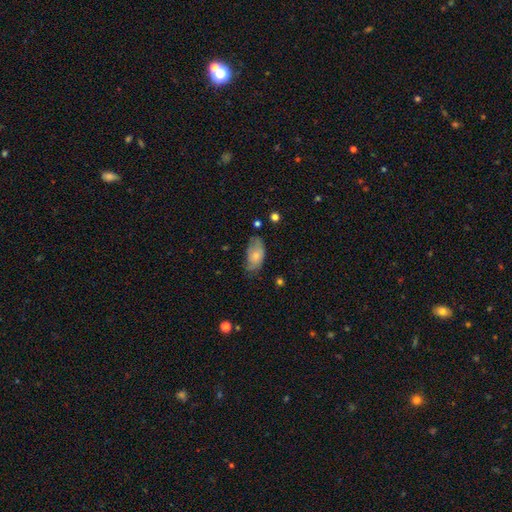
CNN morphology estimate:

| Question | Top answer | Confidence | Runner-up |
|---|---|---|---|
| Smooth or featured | smooth | 69% | featured or disk (24%) |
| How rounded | in between | 92% | round (4%) |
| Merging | none | 53% | minor disturbance (35%) |